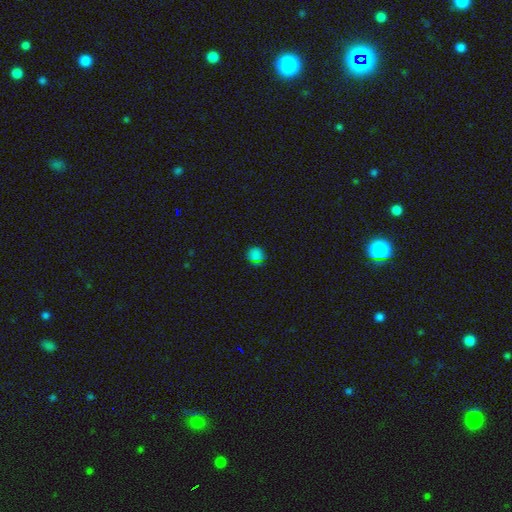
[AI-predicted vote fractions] Smooth or featured? smooth (68%)
How rounded? round (87%)
Merging? none (82%)